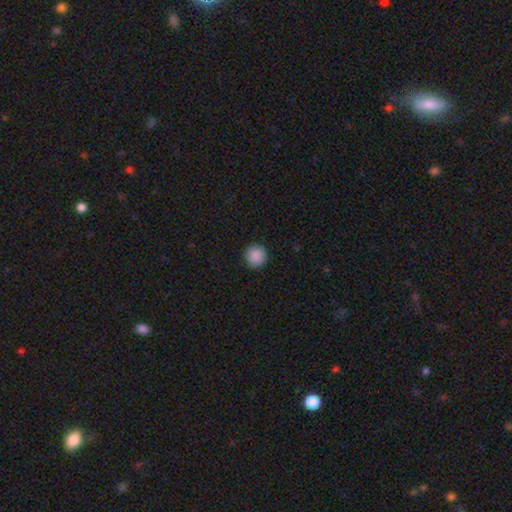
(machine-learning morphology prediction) This is clearly a smooth galaxy (89%). How rounded: clearly round (95%). Merging: clearly none (92%).